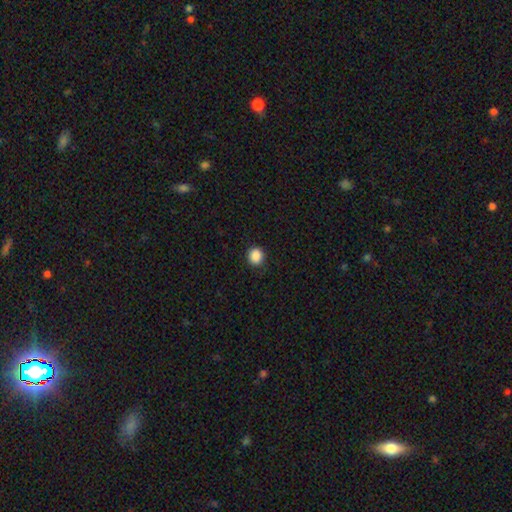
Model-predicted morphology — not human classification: smooth 88%, star or artifact 9%, featured or disk 2%. Down the decision tree: how rounded — round (86%); merging — none (89%).